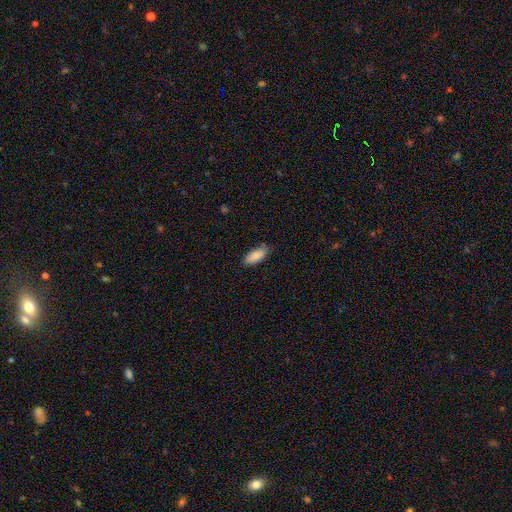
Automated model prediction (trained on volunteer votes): Smooth or featured?
  - smooth: 89% *
  - star or artifact: 6%
  - featured or disk: 5%
How rounded?
  - in between: 80% *
  - cigar-shaped: 18%
  - round: 2%
Merging?
  - none: 80% *
  - minor disturbance: 16%
  - major disturbance: 3%
  - merger: 1%